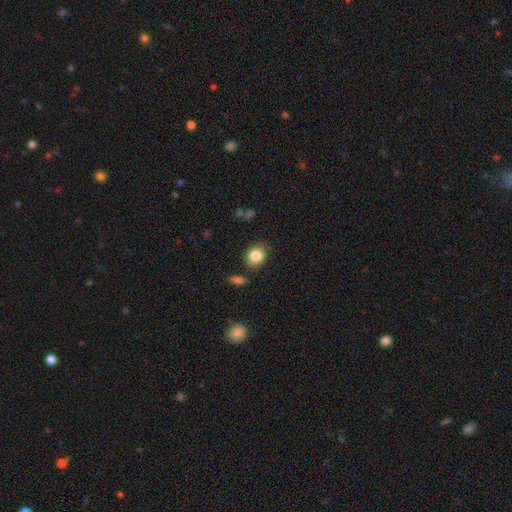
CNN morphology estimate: Q: Smooth or featured?
A: smooth (85%); runner-up: star or artifact (9%)
Q: How rounded?
A: round (59%); runner-up: in between (40%)
Q: Merging?
A: none (80%); runner-up: minor disturbance (14%)